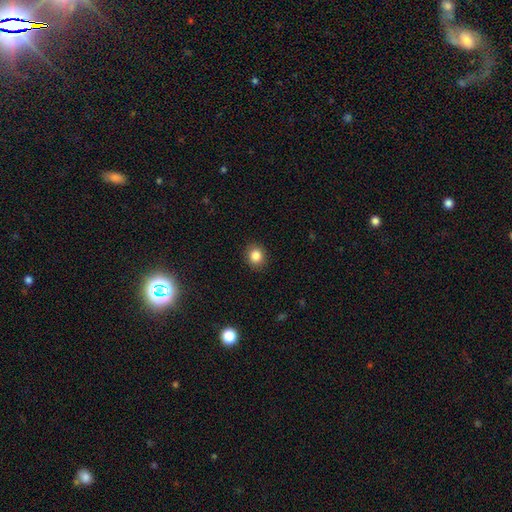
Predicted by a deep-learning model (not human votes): smooth 85%, star or artifact 10%, featured or disk 5%. Down the decision tree: how rounded — round (75%); merging — none (89%).